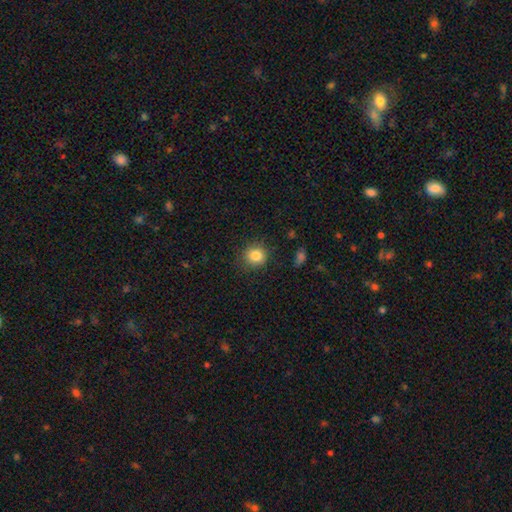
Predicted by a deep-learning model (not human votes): A smooth galaxy with no disk features (84%) that is round (86%). Merging: none (84%).